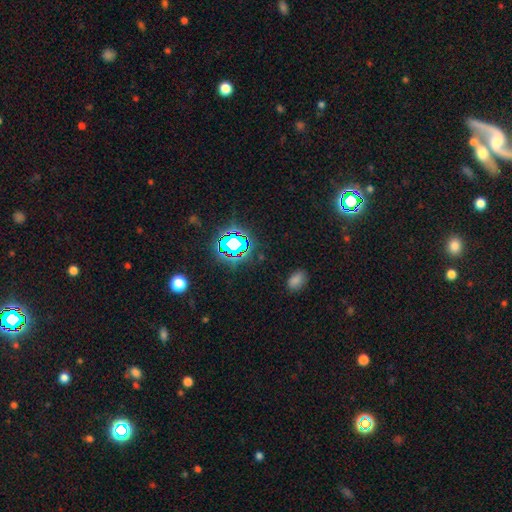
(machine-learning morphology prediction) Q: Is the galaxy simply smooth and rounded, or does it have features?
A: star or artifact — 76%.